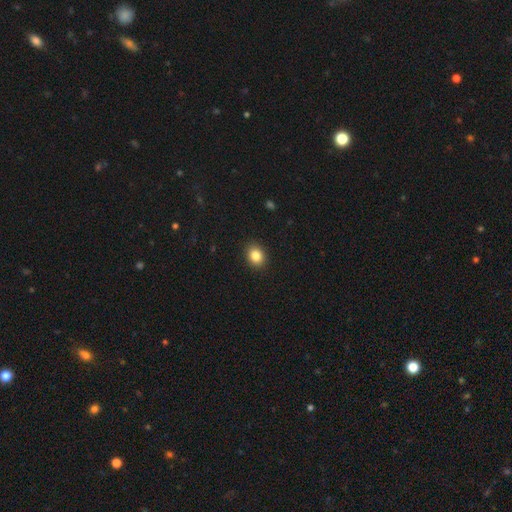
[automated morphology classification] A smooth galaxy with no disk features (85%) that is round (52%). Merging: none (90%).